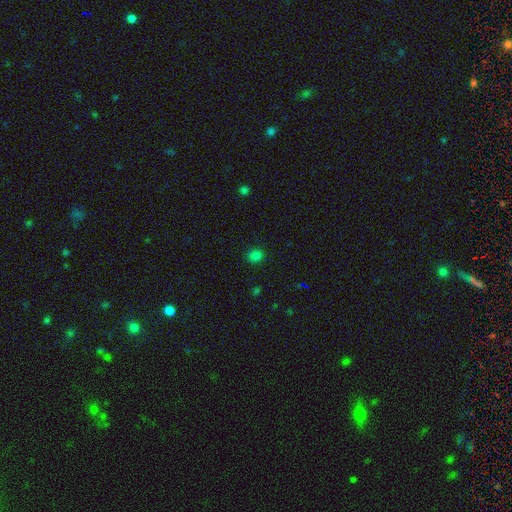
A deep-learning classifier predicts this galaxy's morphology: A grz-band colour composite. It shows a smooth galaxy with no disk features (79%) that is round (76%). Merging: none (89%).